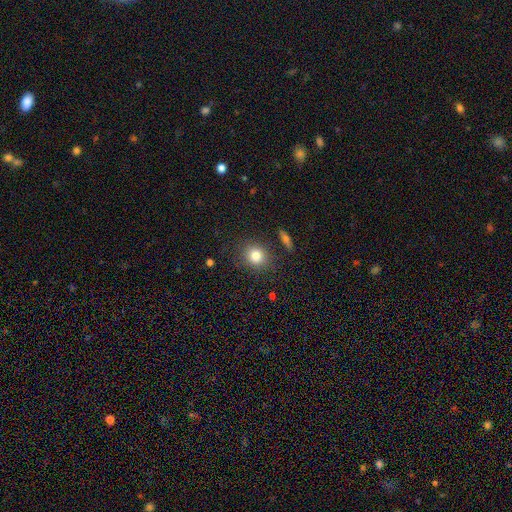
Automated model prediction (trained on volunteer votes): smooth 82%, star or artifact 10%, featured or disk 7%. Down the decision tree: how rounded — round (78%); merging — none (84%).